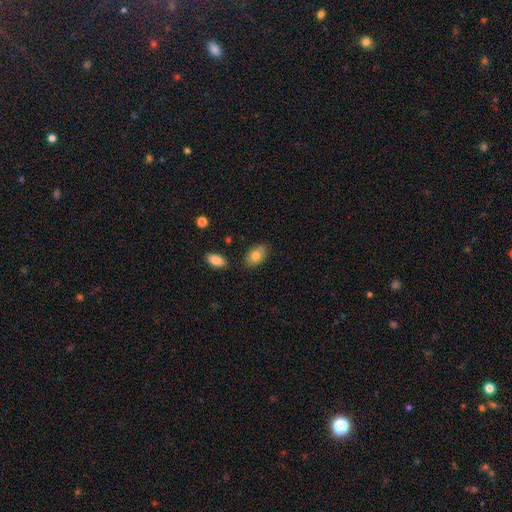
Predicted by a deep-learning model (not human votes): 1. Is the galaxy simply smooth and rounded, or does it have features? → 80% smooth, 13% featured or disk, 7% star or artifact.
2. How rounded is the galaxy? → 90% in between, 9% round, 1% cigar-shaped.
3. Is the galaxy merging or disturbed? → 81% none, 13% minor disturbance, 3% merger, 3% major disturbance.